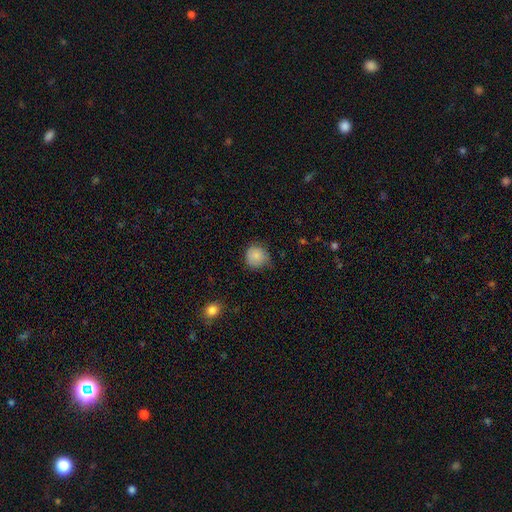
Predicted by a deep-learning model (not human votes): Smooth or featured? Predicted: smooth (p=0.85). How rounded? Predicted: round (p=0.88). Merging? Predicted: none (p=0.65).